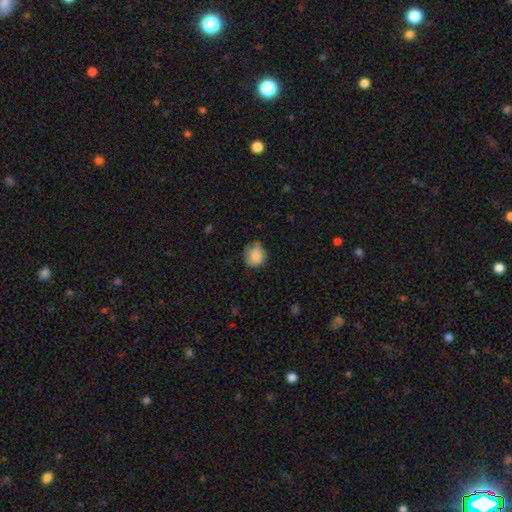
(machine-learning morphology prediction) smooth 85%, star or artifact 8%, featured or disk 7%. Down the decision tree: how rounded — round (74%); merging — none (61%).